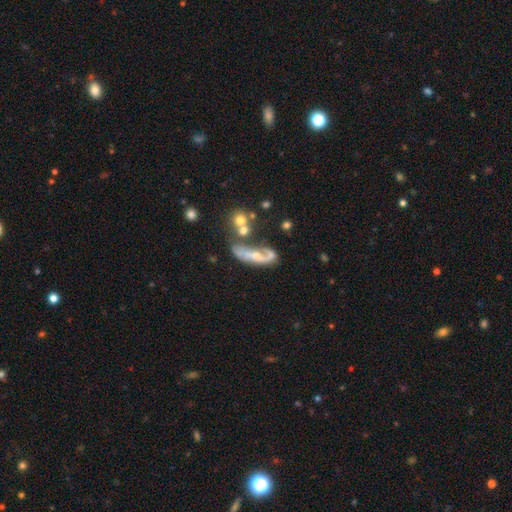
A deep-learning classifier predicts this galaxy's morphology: Smooth or featured: featured or disk — 59% (smooth — 30%)
Edge-on disk: no — 80% (yes — 20%)
Merging: merger — 30% (major disturbance — 27%)